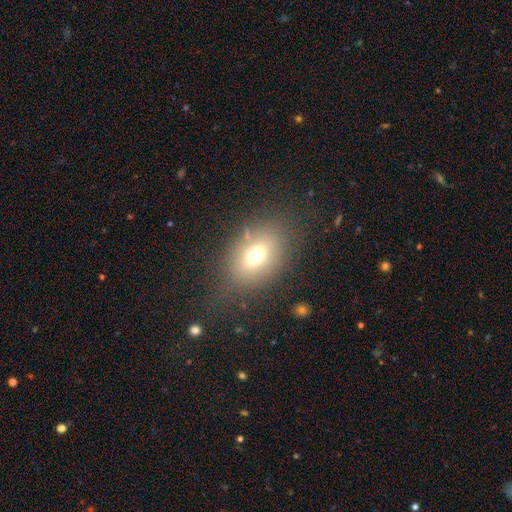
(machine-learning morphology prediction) A smooth galaxy with no disk features (68%) that is in between round and cigar-shaped (77%).

Vote fractions:
- Smooth or featured? smooth: 68% / featured or disk: 18% / star or artifact: 14%
- How rounded? in between: 77% / round: 21% / cigar-shaped: 2%
- Merging? none: 71% / minor disturbance: 16% / major disturbance: 9% / merger: 4%